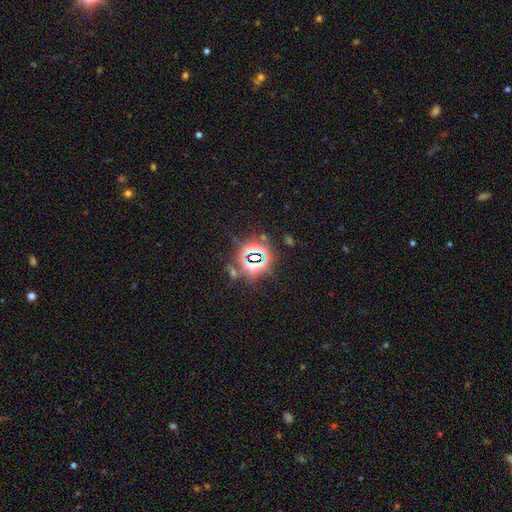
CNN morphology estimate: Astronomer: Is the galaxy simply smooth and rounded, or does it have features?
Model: star or artifact — 80%.